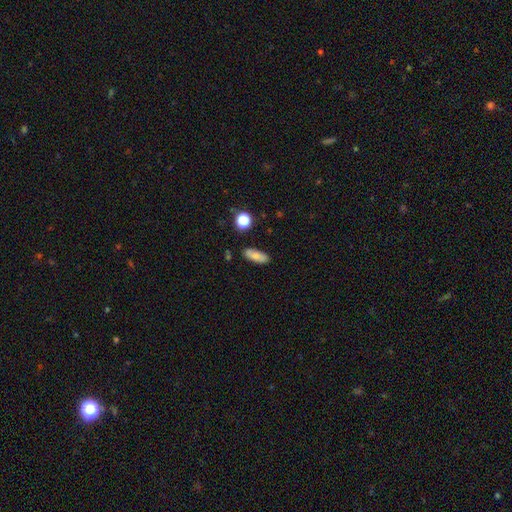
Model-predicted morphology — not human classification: The model was most divided on "how rounded": in between: 70%, cigar-shaped: 26%, round: 4%. More confident: merging — none (83%); smooth or featured — smooth (75%).